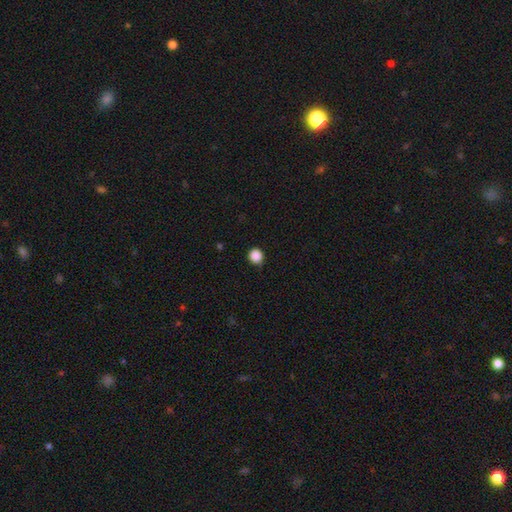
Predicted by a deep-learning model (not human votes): Smooth or featured? Predicted: smooth (p=0.88). How rounded? Predicted: round (p=0.94). Merging? Predicted: none (p=0.88).